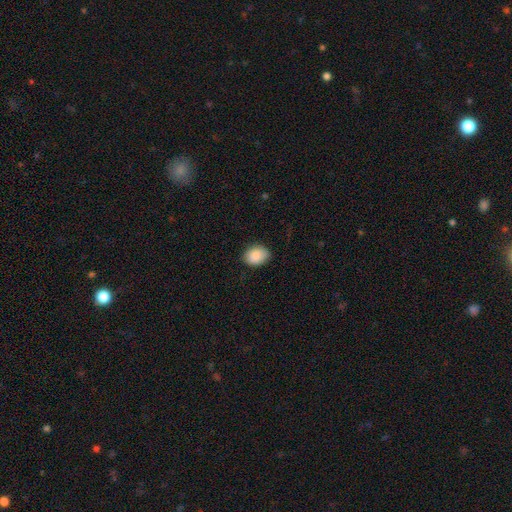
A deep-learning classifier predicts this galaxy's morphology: The model was most divided on "how rounded": in between: 62%, round: 37%, cigar-shaped: 1%. More confident: smooth or featured — smooth (88%); merging — none (82%).